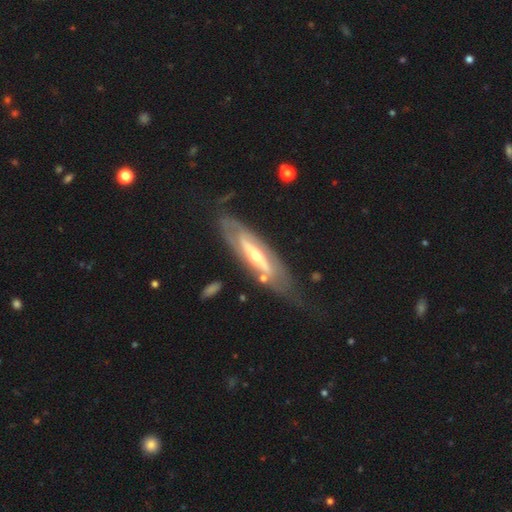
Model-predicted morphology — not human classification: smooth_or_featured: featured or disk (p=0.81) [alt: smooth p=0.13]
disk_edge_on: no (p=0.65) [alt: yes p=0.35]
bar: weak (p=0.34) [tied with: strong p=0.34]
has_spiral_arms: yes (p=0.75) [alt: no p=0.25]
bulge_size: moderate (p=0.48) [alt: small p=0.46]
merging: none (p=0.65) [alt: minor disturbance p=0.21]